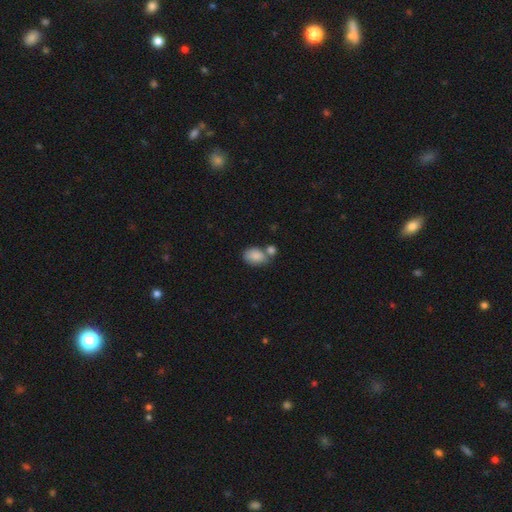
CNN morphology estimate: This appears to be a smooth galaxy with no disk features (85%) that is in between round and cigar-shaped (78%). Merging: none (41%).